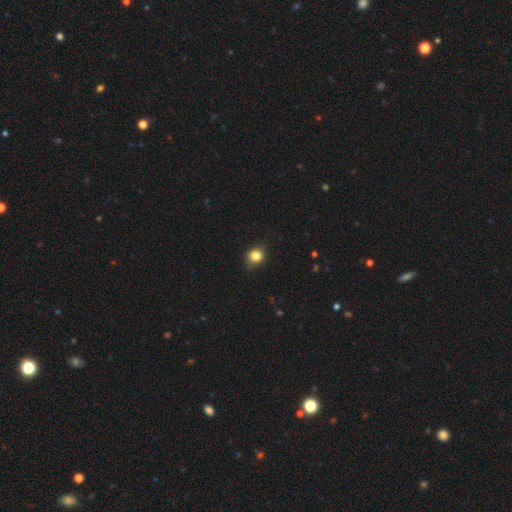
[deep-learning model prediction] Q: Smooth or featured?
A: smooth (83%); runner-up: star or artifact (11%)
Q: How rounded?
A: round (73%); runner-up: in between (26%)
Q: Merging?
A: none (78%); runner-up: minor disturbance (17%)